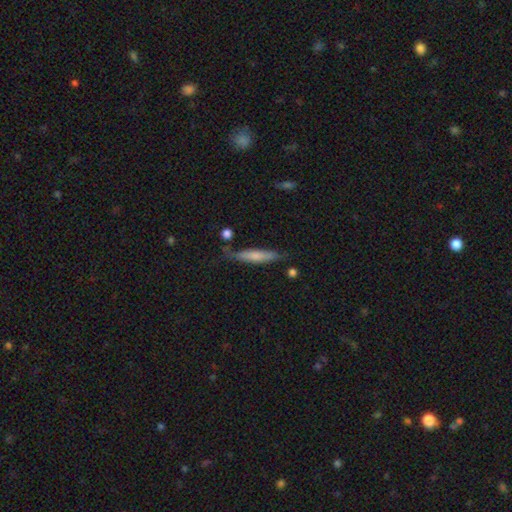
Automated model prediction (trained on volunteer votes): A smooth galaxy with no disk features (62%) that is cigar-shaped (87%).

Vote fractions:
- Smooth or featured? smooth: 62% / featured or disk: 31% / star or artifact: 6%
- How rounded? cigar-shaped: 87% / in between: 11% / round: 2%
- Merging? none: 71% / minor disturbance: 19% / major disturbance: 5% / merger: 5%